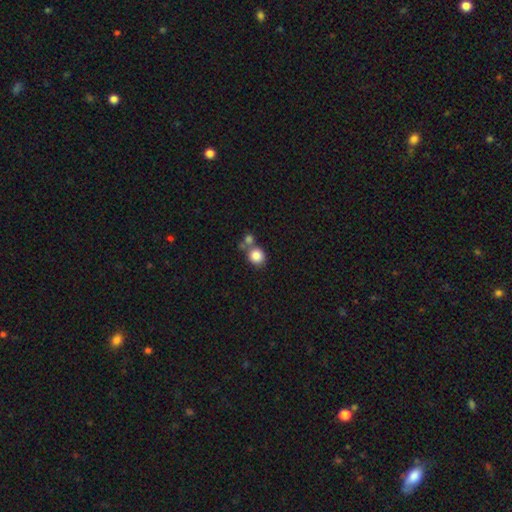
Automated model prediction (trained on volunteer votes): Smooth or featured?
  - smooth: 84% *
  - star or artifact: 9%
  - featured or disk: 6%
How rounded?
  - round: 83% *
  - in between: 16%
  - cigar-shaped: 1%
Merging?
  - none: 51% *
  - merger: 36%
  - minor disturbance: 9%
  - major disturbance: 4%